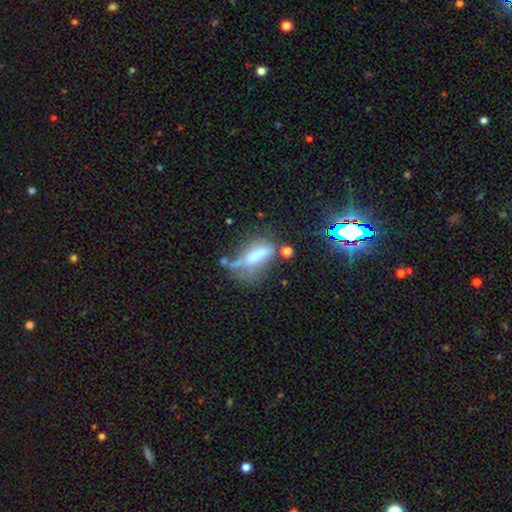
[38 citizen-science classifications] This appears to be a smooth galaxy with no disk features (71%) that is in between round and cigar-shaped (52%). Merging: minor disturbance (37%).